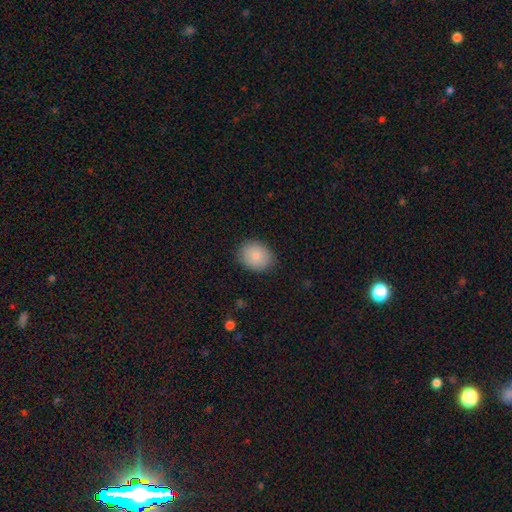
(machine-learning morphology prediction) Smooth or featured: smooth — 85% (featured or disk — 8%)
How rounded: round — 50% (in between — 49%)
Merging: none — 85% (minor disturbance — 11%)